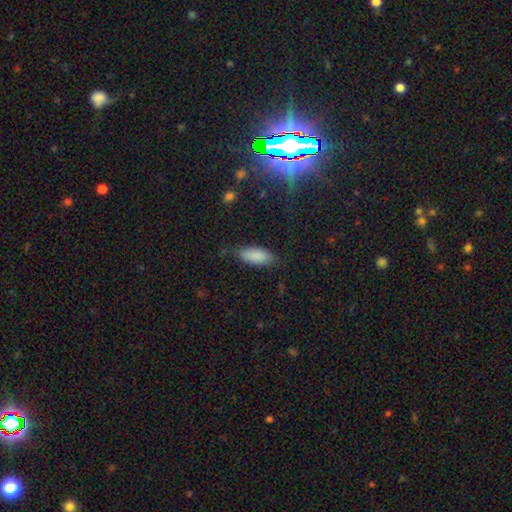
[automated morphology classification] Smooth or featured? Predicted: smooth (p=0.88). How rounded? Predicted: in between (p=0.83). Merging? Predicted: none (p=0.81).